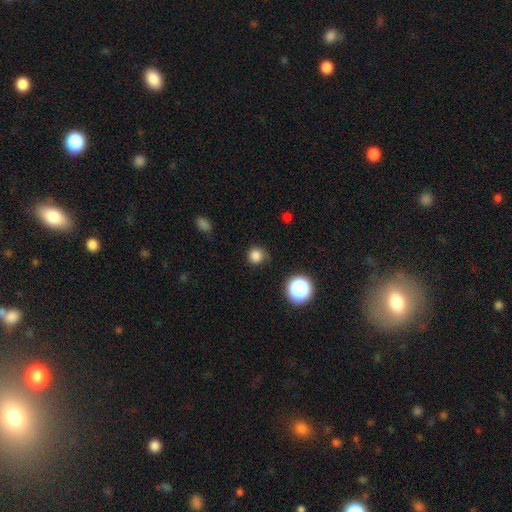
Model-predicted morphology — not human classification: Overall: smooth (82%). How rounded: round (91%). Merging: none (76%).